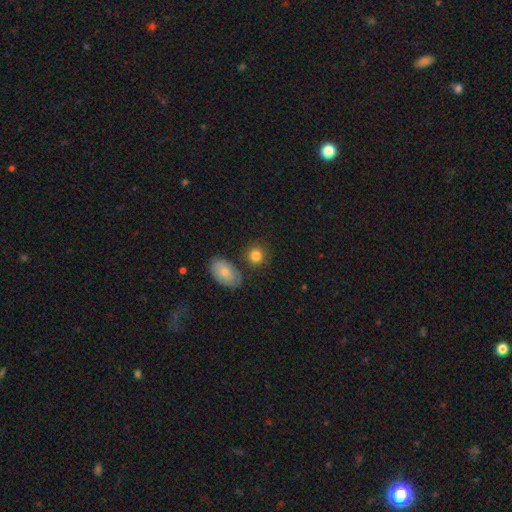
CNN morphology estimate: This is clearly a smooth galaxy (83%). How rounded: likely round (80%). Merging: likely none (75%).